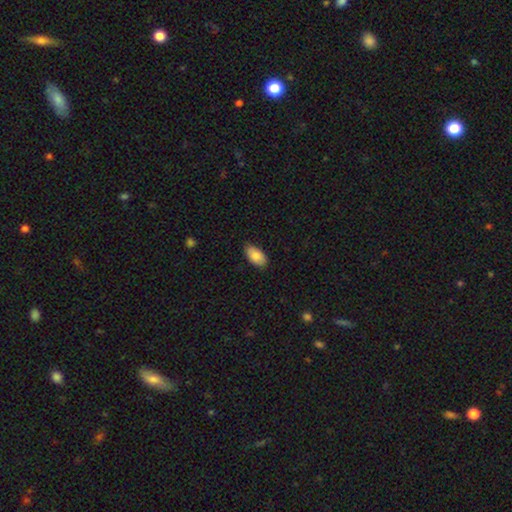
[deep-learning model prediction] This appears to be a smooth galaxy with no disk features (85%) that is in between round and cigar-shaped (95%). Merging: none (83%).